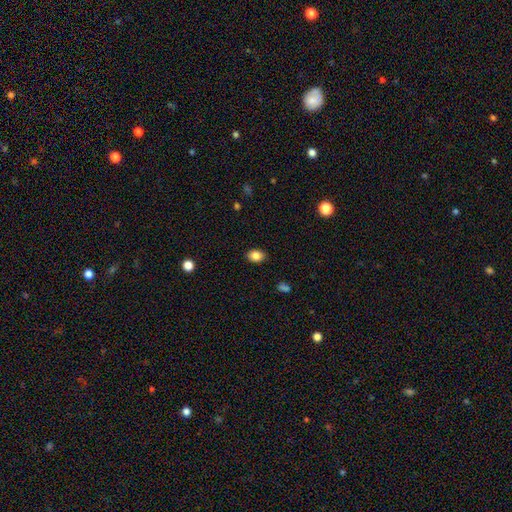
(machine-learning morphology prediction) smooth-or-featured: smooth: 84% | star or artifact: 9% | featured or disk: 6%
  how-rounded: in between: 73% | round: 26% | cigar-shaped: 1%
  merging: none: 88% | minor disturbance: 9% | major disturbance: 2% | merger: 1%